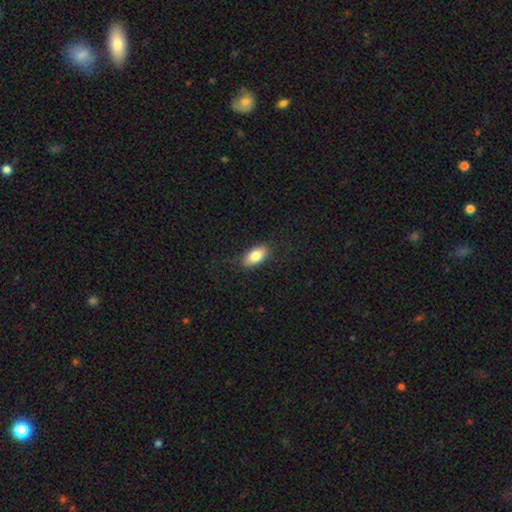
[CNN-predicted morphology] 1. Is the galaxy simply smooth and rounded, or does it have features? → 81% smooth, 12% featured or disk, 7% star or artifact.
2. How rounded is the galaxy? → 90% in between, 7% cigar-shaped, 4% round.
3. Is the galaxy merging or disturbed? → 84% none, 12% minor disturbance, 3% major disturbance, 1% merger.